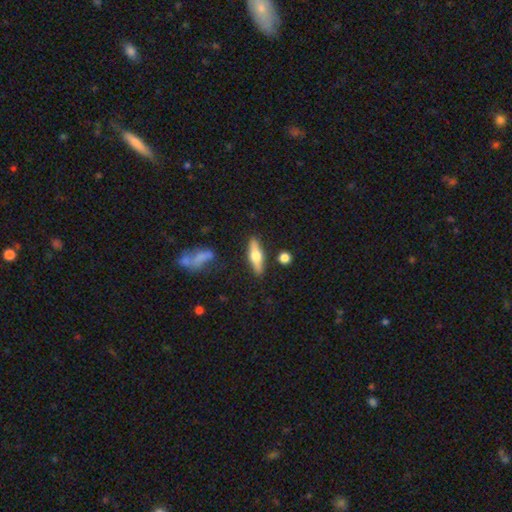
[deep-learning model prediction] Smooth or featured? smooth (47%, tied with featured or disk)
Merging? none (84%)